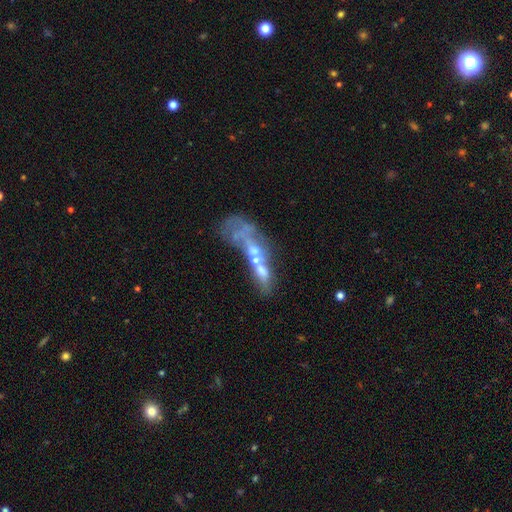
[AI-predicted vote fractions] Overall: featured or disk (57%; smooth 29%). Edge-on disk: no (80%). Merging: merger (48%; major disturbance 24%).